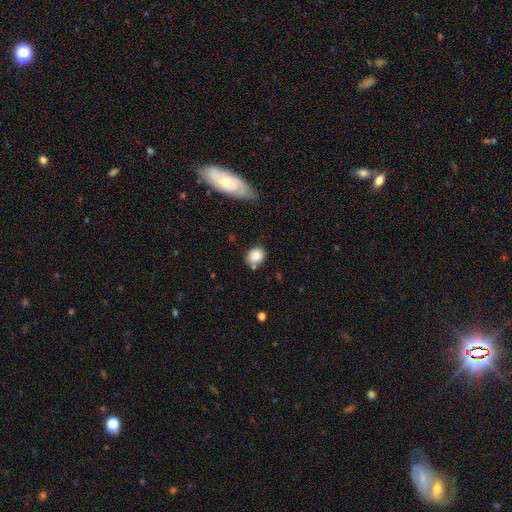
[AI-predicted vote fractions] A smooth galaxy with no disk features (84%) that is round (57%). Merging: none (66%).